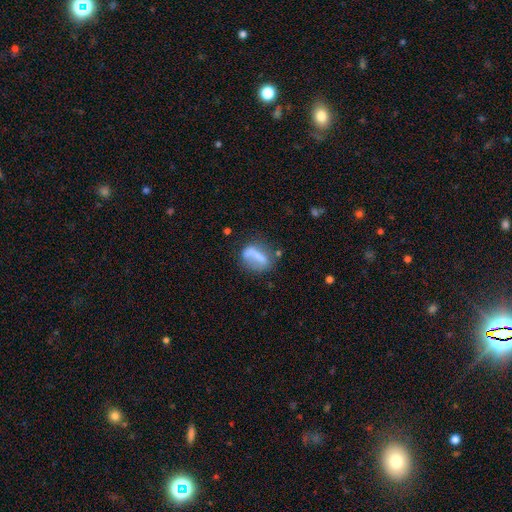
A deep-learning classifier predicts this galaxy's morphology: Q: Smooth or featured?
A: smooth (60%); runner-up: featured or disk (30%)
Q: How rounded?
A: in between (64%); runner-up: round (24%)
Q: Merging?
A: none (40%); runner-up: minor disturbance (24%)